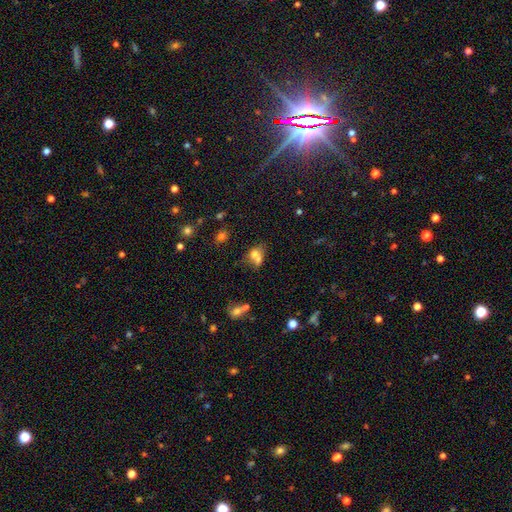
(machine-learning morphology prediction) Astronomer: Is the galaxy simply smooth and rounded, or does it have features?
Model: smooth — 67%.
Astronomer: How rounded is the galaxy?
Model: in between — 52% (runner-up: round, 46%).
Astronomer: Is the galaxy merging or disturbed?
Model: merger — 61%.